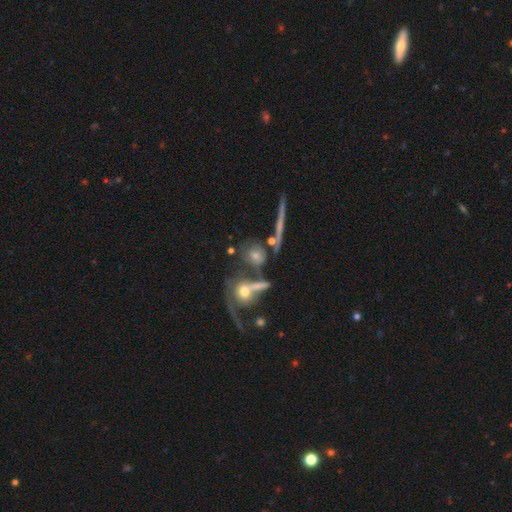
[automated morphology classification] Smooth or featured: smooth — 46% (featured or disk — 40%)
Merging: none — 51% (merger — 27%)